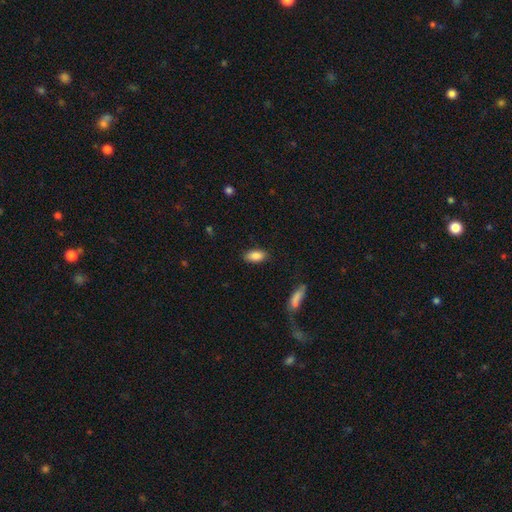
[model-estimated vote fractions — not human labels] A smooth galaxy with no disk features (87%) that is in between round and cigar-shaped (89%).

Vote fractions:
- Smooth or featured? smooth: 87% / star or artifact: 7% / featured or disk: 6%
- How rounded? in between: 89% / cigar-shaped: 8% / round: 3%
- Merging? none: 85% / minor disturbance: 11% / major disturbance: 3% / merger: 1%